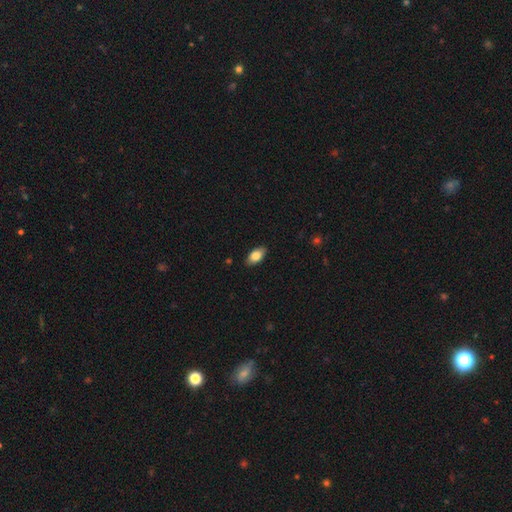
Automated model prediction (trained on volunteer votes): Smooth or featured: smooth — 82% (featured or disk — 11%)
How rounded: in between — 91% (cigar-shaped — 4%)
Merging: none — 87% (minor disturbance — 10%)